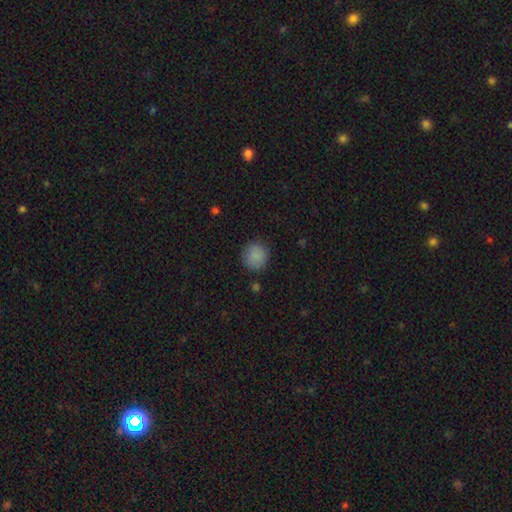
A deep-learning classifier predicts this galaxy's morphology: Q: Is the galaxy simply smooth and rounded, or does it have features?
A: smooth — 87%.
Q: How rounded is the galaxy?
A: round — 91%.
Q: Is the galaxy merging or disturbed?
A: none — 86%.